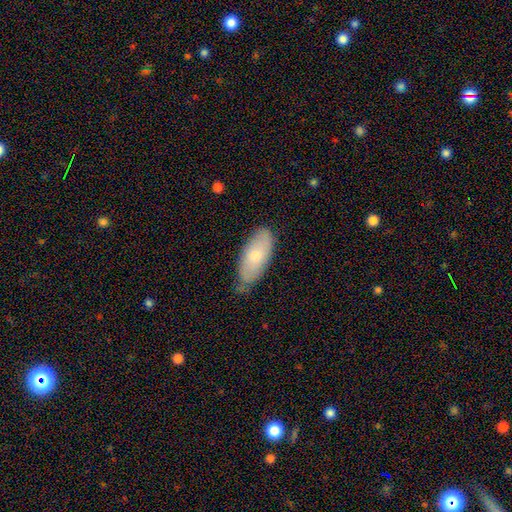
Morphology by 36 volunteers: smooth_or_featured: smooth (p=0.83) [alt: featured or disk p=0.17]
how_rounded: in between (p=0.87) [alt: cigar-shaped p=0.13]
merging: none (p=0.56) [alt: minor disturbance p=0.44]